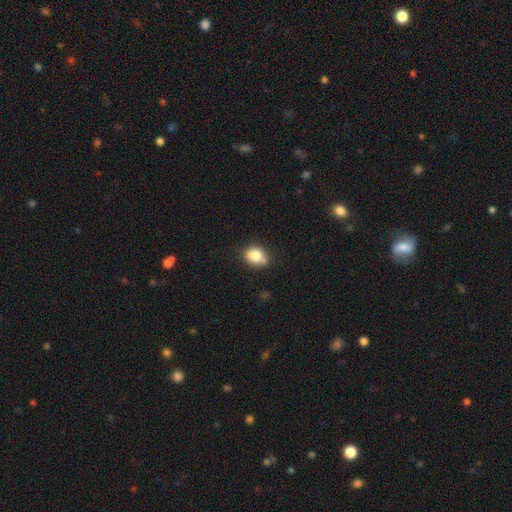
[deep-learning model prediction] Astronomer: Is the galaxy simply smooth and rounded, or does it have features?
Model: smooth — 80%.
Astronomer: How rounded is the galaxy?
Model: round — 51% (runner-up: in between, 48%).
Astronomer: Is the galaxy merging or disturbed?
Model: none — 63%.